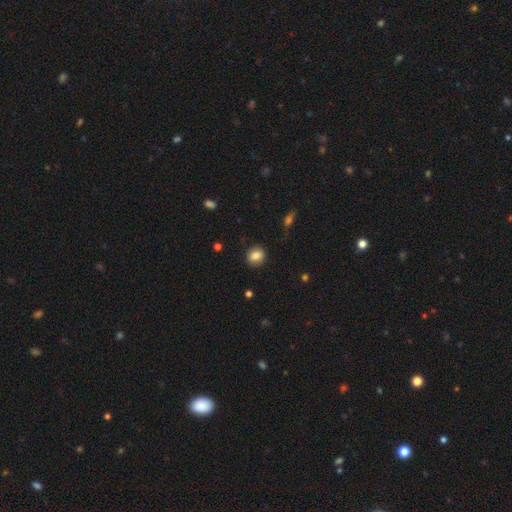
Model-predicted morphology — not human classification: smooth 83%, star or artifact 9%, featured or disk 8%. Down the decision tree: how rounded — round (69%); merging — none (86%).